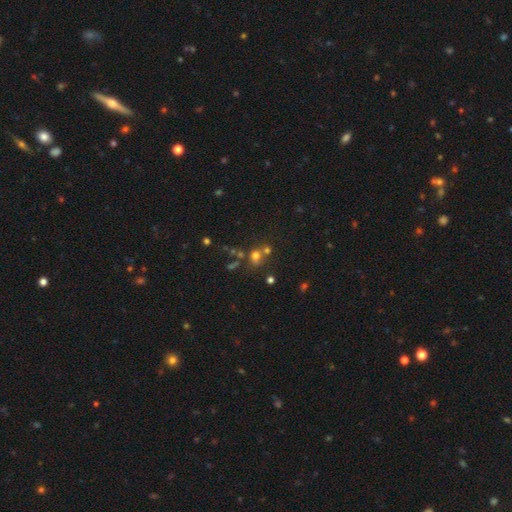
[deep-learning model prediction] A smooth galaxy with no disk features (62%) that is round (71%). Merging: none (47%).